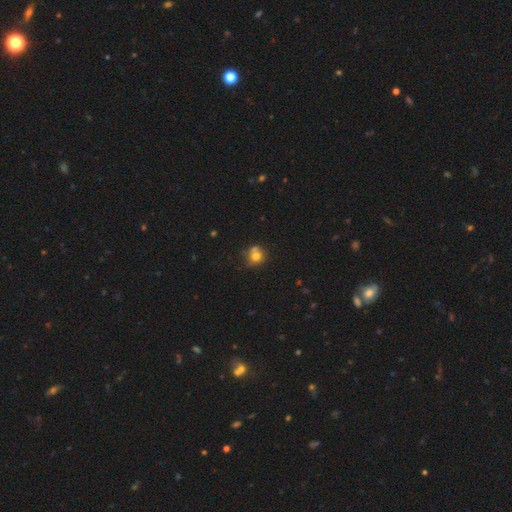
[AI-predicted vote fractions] smooth-or-featured: smooth: 73% | featured or disk: 14% | star or artifact: 13%
  how-rounded: round: 82% | in between: 17% | cigar-shaped: 1%
  merging: none: 52% | merger: 22% | minor disturbance: 19% | major disturbance: 7%